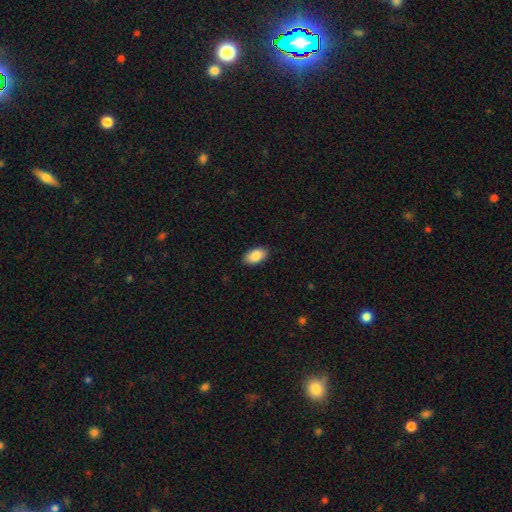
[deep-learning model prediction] A smooth galaxy with no disk features (88%) that is in between round and cigar-shaped (94%). Merging: none (89%).